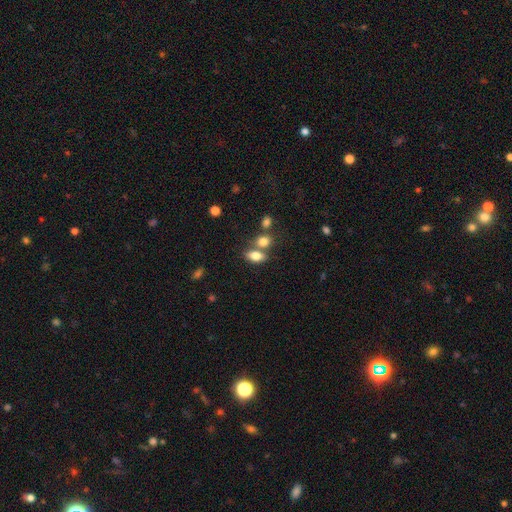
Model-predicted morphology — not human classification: Smooth or featured?
  - smooth: 80% *
  - featured or disk: 11%
  - star or artifact: 9%
How rounded?
  - in between: 84% *
  - round: 11%
  - cigar-shaped: 5%
Merging?
  - none: 49% *
  - merger: 36%
  - minor disturbance: 11%
  - major disturbance: 4%